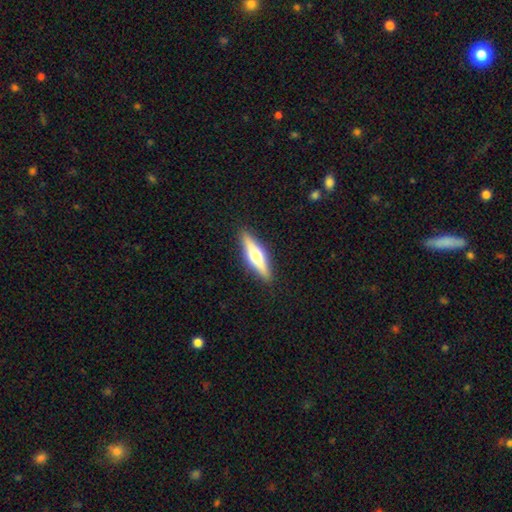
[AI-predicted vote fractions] Morphology: type=featured or disk (57%); edge-on=yes (95%); edge-on bulge=rounded (94%); merging=none (90%).